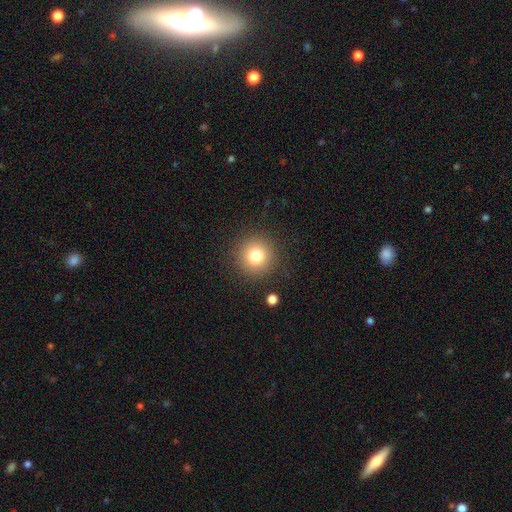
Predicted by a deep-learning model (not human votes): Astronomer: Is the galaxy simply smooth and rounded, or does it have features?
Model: smooth — 78%.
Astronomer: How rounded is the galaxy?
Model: round — 95%.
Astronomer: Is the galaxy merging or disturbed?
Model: none — 89%.